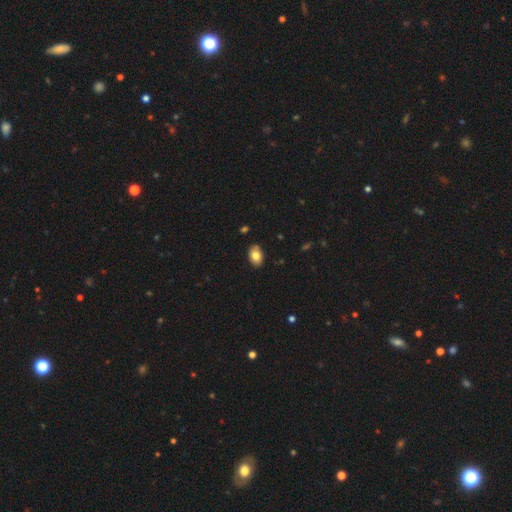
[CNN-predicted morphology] smooth 81%, featured or disk 12%, star or artifact 8%. Down the decision tree: how rounded — in between (87%); merging — none (86%).